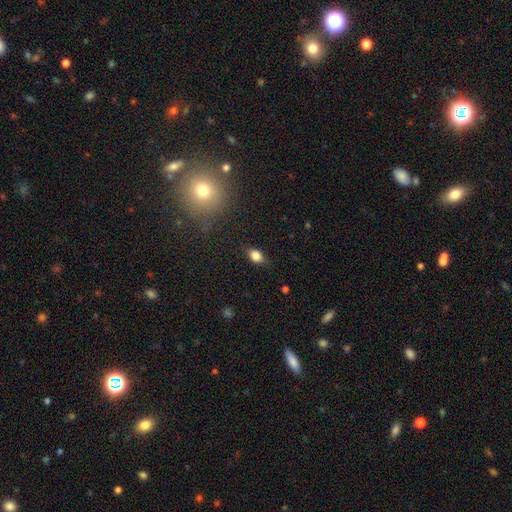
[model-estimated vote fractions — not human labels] Overall: smooth (83%). How rounded: in between (75%). Merging: none (80%).